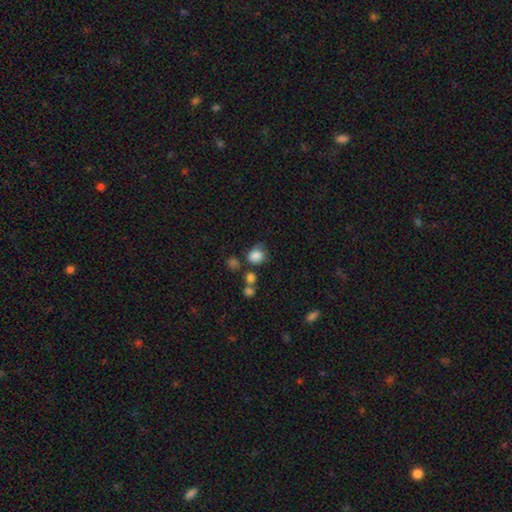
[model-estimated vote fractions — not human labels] This is clearly a smooth galaxy (83%). How rounded: likely round (71%). Merging: possibly none (57%).